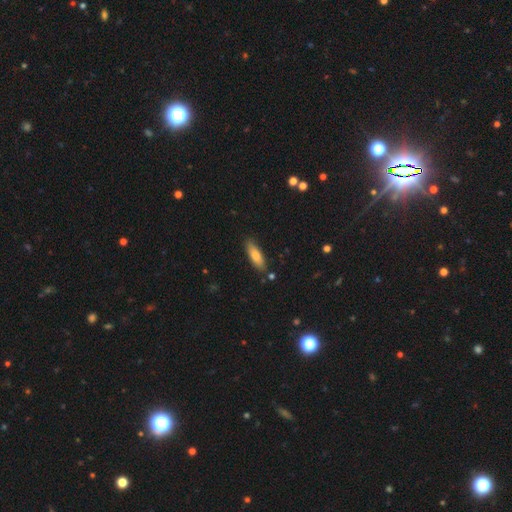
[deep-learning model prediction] Morphology: type=smooth (76%); roundness=in between (49%, tied with cigar-shaped); merging=none (82%).